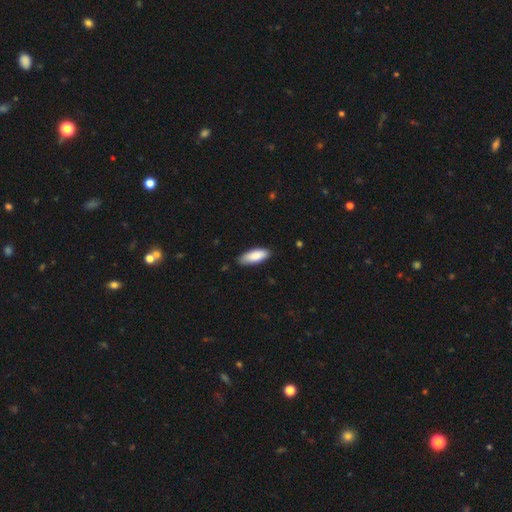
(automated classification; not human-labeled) smooth_or_featured: smooth (p=0.86) [alt: featured or disk p=0.09]
how_rounded: in between (p=0.75) [alt: cigar-shaped p=0.23]
merging: none (p=0.83) [alt: minor disturbance p=0.14]